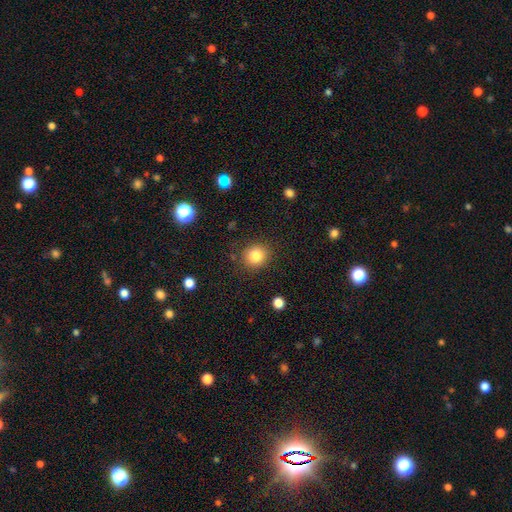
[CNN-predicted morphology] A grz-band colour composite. It shows a smooth galaxy with no disk features (83%) that is round (81%). Merging: none (85%).